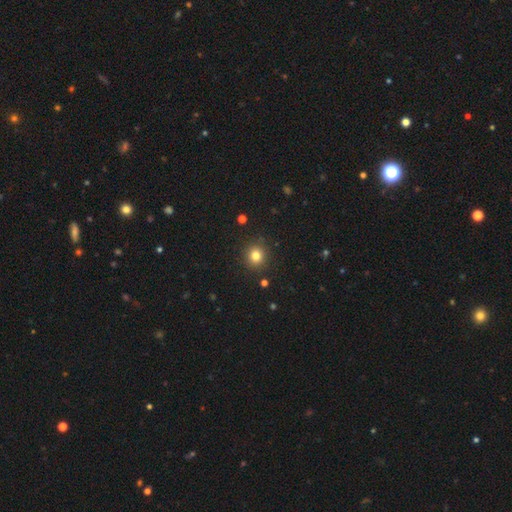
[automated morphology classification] Smooth or featured? smooth (80%)
How rounded? round (90%)
Merging? none (90%)